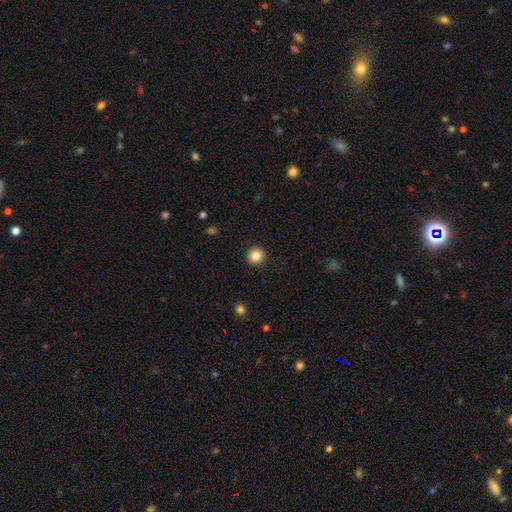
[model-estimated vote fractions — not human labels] This appears to be a smooth galaxy with no disk features (84%) that is round (94%). Merging: none (93%).